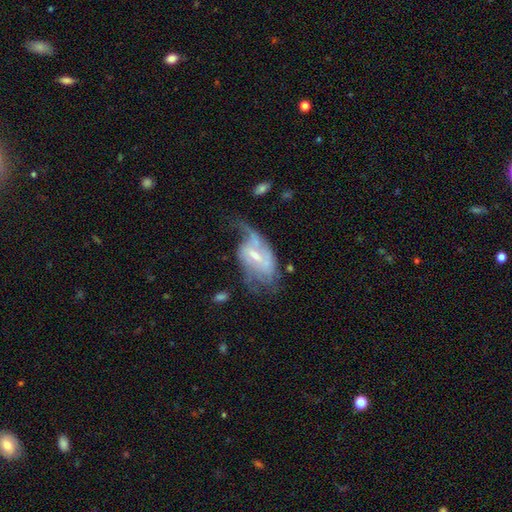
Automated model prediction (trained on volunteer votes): The model was most divided on "merging": none: 37%, major disturbance: 34%, minor disturbance: 24%, merger: 5%. Remaining: edge-on disk — no (95%); spiral arms — yes (87%); smooth or featured — featured or disk (80%); bulge size — small (53%); bar — weak (52%); spiral arm count — 2 (47%); spiral winding — loose (42%).